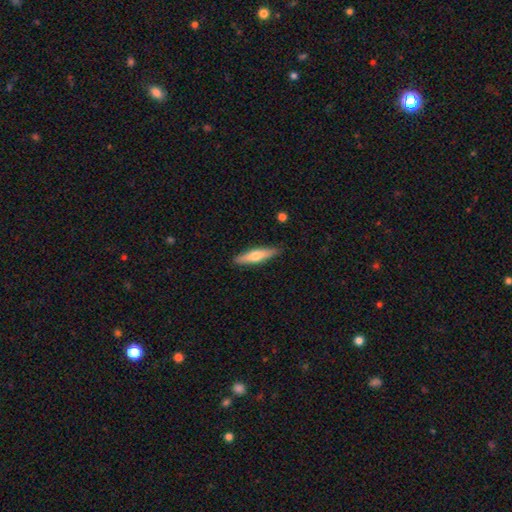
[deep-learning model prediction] smooth-or-featured: smooth: 54% | featured or disk: 41% | star or artifact: 5%
  how-rounded: cigar-shaped: 78% | in between: 21% | round: 2%
  merging: none: 88% | minor disturbance: 9% | major disturbance: 2% | merger: 1%